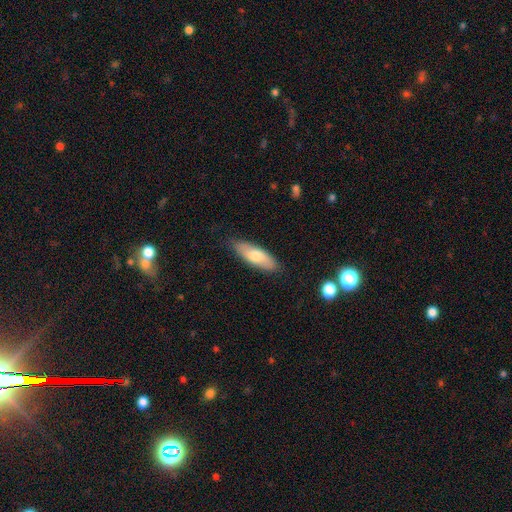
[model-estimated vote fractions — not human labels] Overall: smooth (69%). How rounded: in between (60%; cigar-shaped 38%). Merging: none (84%).